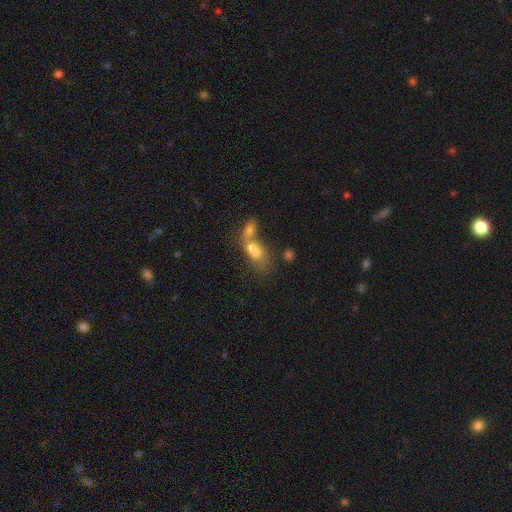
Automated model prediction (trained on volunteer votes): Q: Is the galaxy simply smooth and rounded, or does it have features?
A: smooth — 61%.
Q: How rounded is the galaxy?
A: in between — 71%.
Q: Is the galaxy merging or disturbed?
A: merger — 70%.